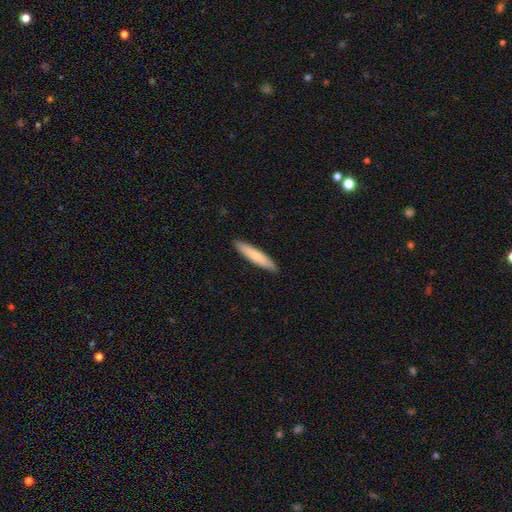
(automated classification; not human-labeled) A smooth galaxy with no disk features (73%) that is cigar-shaped (88%).

Vote fractions:
- Smooth or featured? smooth: 73% / featured or disk: 22% / star or artifact: 5%
- How rounded? cigar-shaped: 88% / in between: 10% / round: 1%
- Merging? none: 90% / minor disturbance: 7% / major disturbance: 1% / merger: 1%